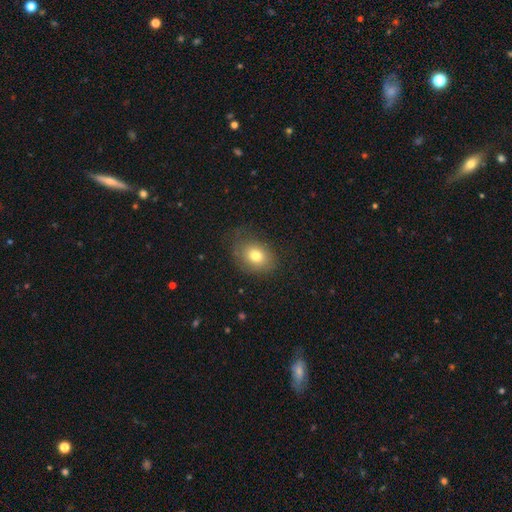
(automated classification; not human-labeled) smooth-or-featured: smooth: 76% | featured or disk: 14% | star or artifact: 10%
  how-rounded: in between: 63% | round: 36% | cigar-shaped: 1%
  merging: none: 70% | minor disturbance: 21% | major disturbance: 8% | merger: 1%